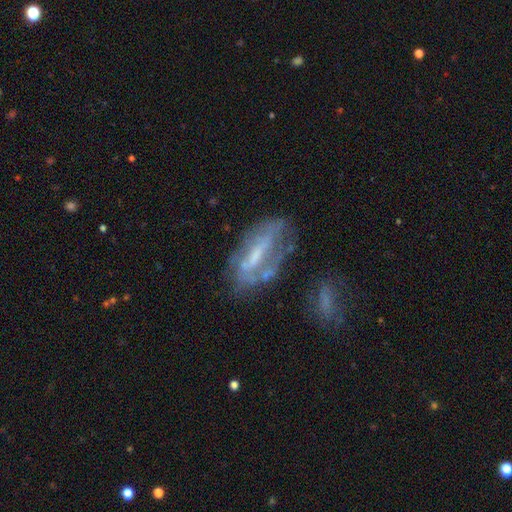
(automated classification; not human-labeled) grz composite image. It shows a featured or disk galaxy (65%) with a weak bar (36%), no spiral arms (53%) and a small central bulge (35%). Merging: none (47%).